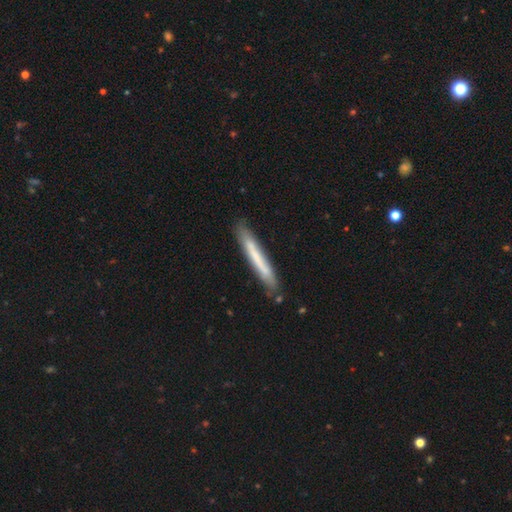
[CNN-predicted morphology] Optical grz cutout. It shows a smooth galaxy with no disk features (60%) that is cigar-shaped (96%). Merging: none (80%).